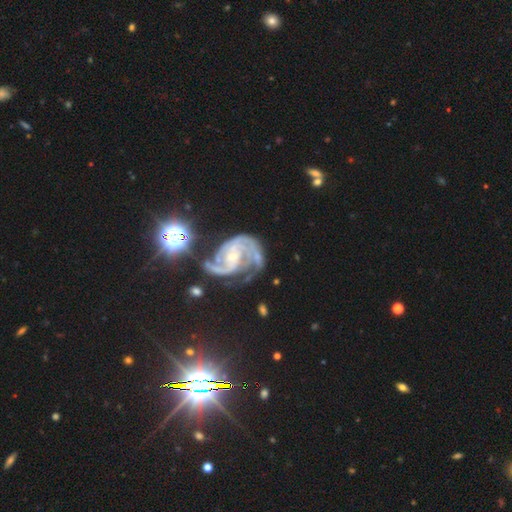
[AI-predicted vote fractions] This is clearly a featured or disk galaxy (89%). It is clearly not viewed edge-on (98%). Bar: possibly no (51%). Spiral arm pattern: clearly yes (97%). Spiral arm count: possibly 2 (55%). Spiral winding: possibly medium (45%). Central bulge: likely small (67%). Merging: marginally none (40%).